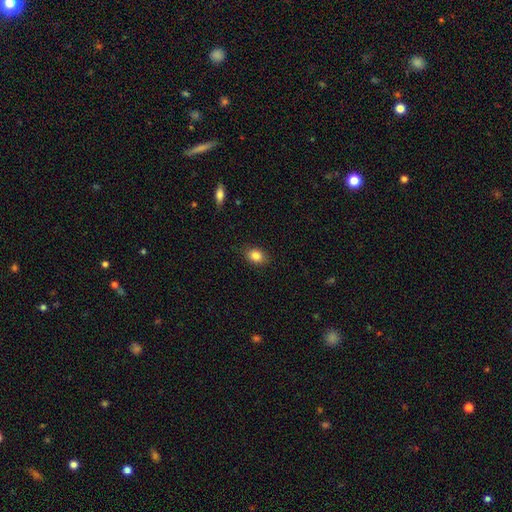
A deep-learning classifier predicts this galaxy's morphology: The model was most divided on "how rounded": in between: 71%, round: 28%, cigar-shaped: 1%. More confident: merging — none (85%); smooth or featured — smooth (85%).